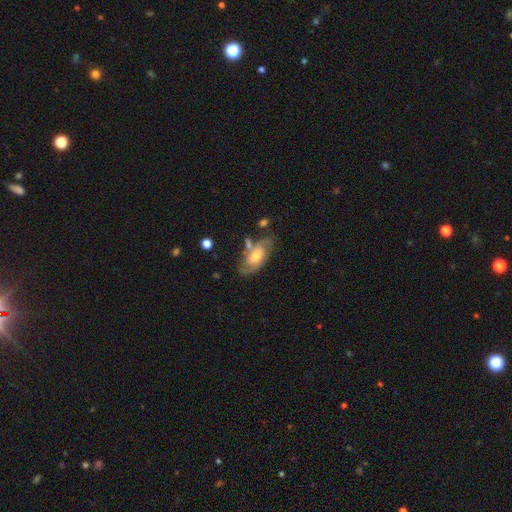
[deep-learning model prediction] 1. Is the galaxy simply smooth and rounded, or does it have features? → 64% featured or disk, 29% smooth, 7% star or artifact.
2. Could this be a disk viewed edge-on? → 90% no, 10% yes.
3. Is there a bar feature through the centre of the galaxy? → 64% no, 30% weak, 6% strong.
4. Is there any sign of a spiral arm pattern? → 84% yes, 16% no.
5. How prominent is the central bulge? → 59% moderate, 24% small, 13% large, 3% none, 2% dominant.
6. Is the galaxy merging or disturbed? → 59% none, 22% minor disturbance, 11% merger, 9% major disturbance.